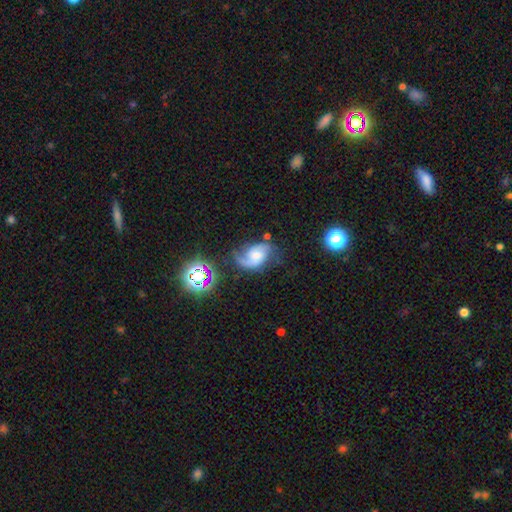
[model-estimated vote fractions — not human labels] Smooth or featured? Predicted: featured or disk (p=0.75). Edge-on disk? Predicted: no (p=0.97). Bar? Predicted: no (p=0.56). Spiral arms? Predicted: yes (p=0.94). Spiral winding? Predicted: medium (p=0.44). Spiral arm count? Predicted: 2 (p=0.70). Bulge size? Predicted: moderate (p=0.44). Merging? Predicted: none (p=0.50).